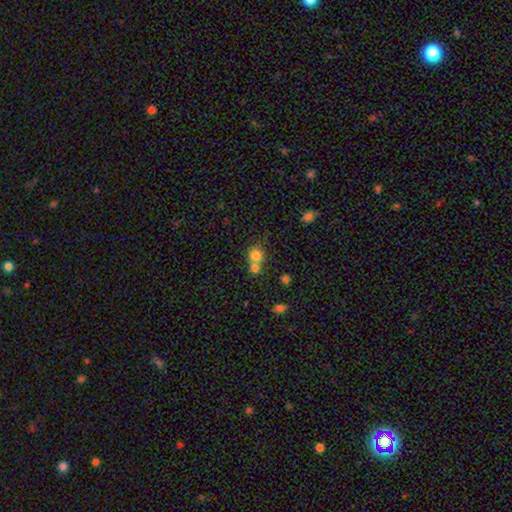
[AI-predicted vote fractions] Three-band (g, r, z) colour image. It shows a smooth galaxy with no disk features (79%) that is round (87%). Merging: merger (49%).